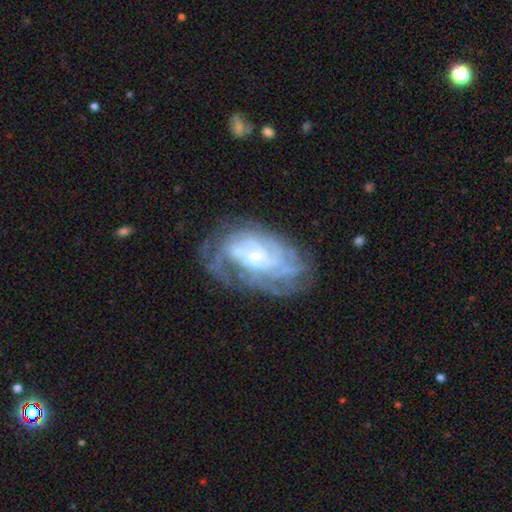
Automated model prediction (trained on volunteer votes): A featured or disk galaxy (79%) with no bar (49%), tight (62%) spiral arms (89%) and a small central bulge (57%).

Vote fractions:
- Smooth or featured? featured or disk: 79% / smooth: 13% / star or artifact: 8%
- Edge-on disk? no: 96% / yes: 4%
- Bar? no: 49% / weak: 39% / strong: 12%
- Spiral arms? yes: 89% / no: 11%
- Spiral winding? tight: 62% / medium: 29% / loose: 9%
- Spiral arm count? can't tell: 47% / 4: 15% / 3: 13% / 2: 11% / more than 4: 9% / 1: 5%
- Bulge size? small: 57% / none: 19% / moderate: 19% / large: 4% / dominant: 1%
- Merging? none: 60% / minor disturbance: 21% / major disturbance: 15% / merger: 3%